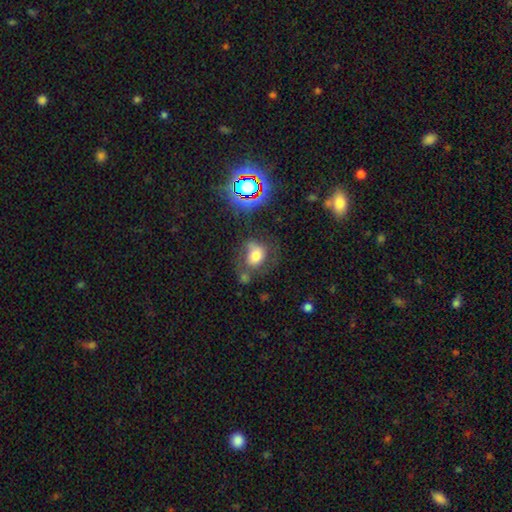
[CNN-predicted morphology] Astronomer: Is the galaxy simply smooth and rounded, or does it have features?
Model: smooth — 61%.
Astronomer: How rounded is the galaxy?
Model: round — 50% (runner-up: in between, 49%).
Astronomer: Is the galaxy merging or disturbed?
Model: none — 42% (runner-up: minor disturbance, 23%).